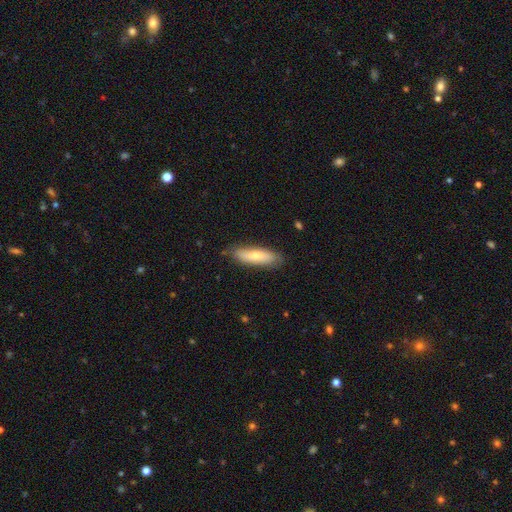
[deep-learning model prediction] Q: Smooth or featured?
A: smooth (65%); runner-up: featured or disk (29%)
Q: How rounded?
A: cigar-shaped (57%); runner-up: in between (41%)
Q: Merging?
A: none (81%); runner-up: minor disturbance (15%)